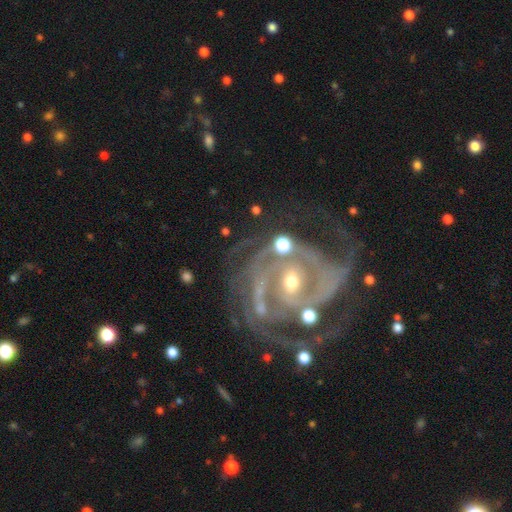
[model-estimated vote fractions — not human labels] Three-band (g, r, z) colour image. It shows a featured or disk galaxy (88%) with a strong bar (43%), 2 (44%) tight (44%) spiral arms (93%) and a small central bulge (60%). Merging: none (56%).